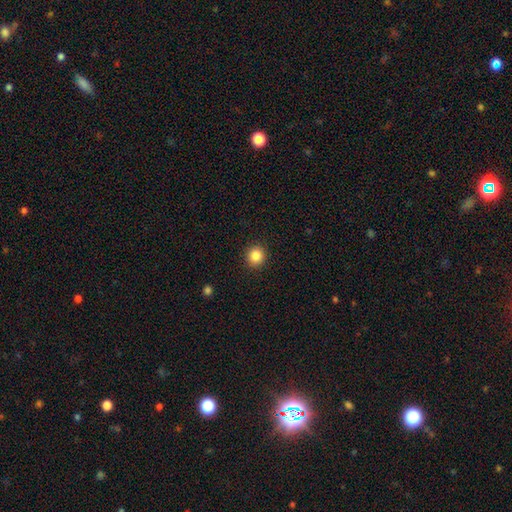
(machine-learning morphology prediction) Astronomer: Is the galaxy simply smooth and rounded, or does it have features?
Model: smooth — 85%.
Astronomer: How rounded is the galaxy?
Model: round — 91%.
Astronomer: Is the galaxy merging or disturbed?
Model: none — 92%.